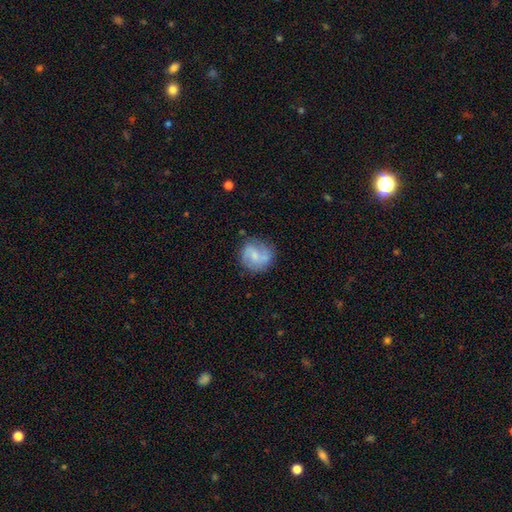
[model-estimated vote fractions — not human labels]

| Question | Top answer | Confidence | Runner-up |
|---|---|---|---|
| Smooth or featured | featured or disk | 55% | smooth (38%) |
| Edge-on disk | no | 98% | yes (2%) |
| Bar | no | 45% | tied: weak (45%) |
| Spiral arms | yes | 85% | no (15%) |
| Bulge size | small | 46% | moderate (30%) |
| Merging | none | 69% | minor disturbance (20%) |